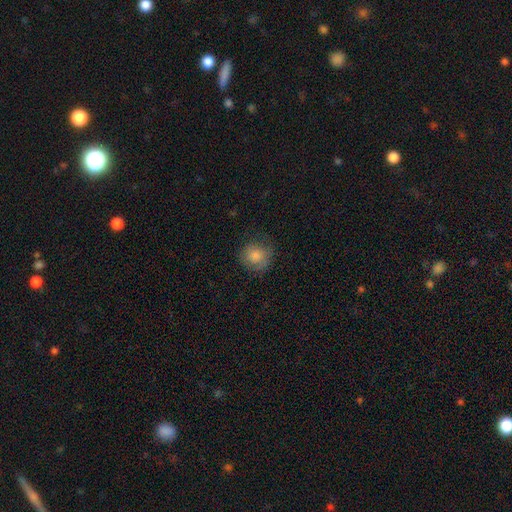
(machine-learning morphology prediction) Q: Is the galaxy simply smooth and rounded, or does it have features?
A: smooth — 82%.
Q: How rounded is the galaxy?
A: round — 89%.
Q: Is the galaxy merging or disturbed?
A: none — 73%.